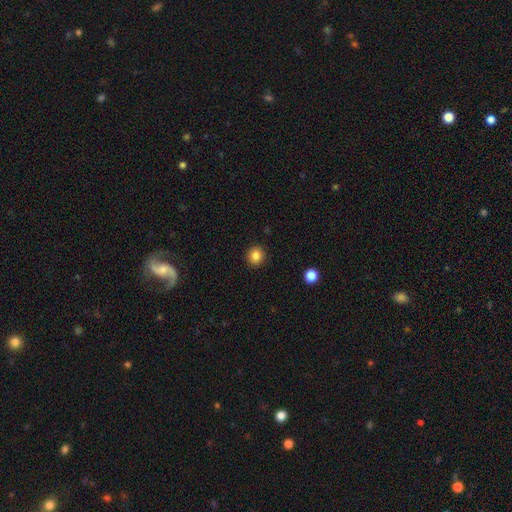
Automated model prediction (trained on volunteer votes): Smooth or featured: smooth — 85% (star or artifact — 11%)
How rounded: round — 89% (in between — 10%)
Merging: none — 92% (minor disturbance — 5%)